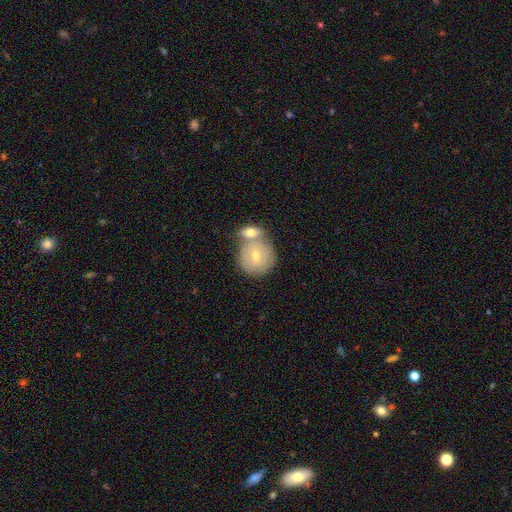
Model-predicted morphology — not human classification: Smooth or featured?
  - smooth: 65% *
  - featured or disk: 29%
  - star or artifact: 6%
How rounded?
  - round: 89% *
  - in between: 10%
  - cigar-shaped: 1%
Merging?
  - none: 44% *
  - merger: 42%
  - minor disturbance: 10%
  - major disturbance: 3%